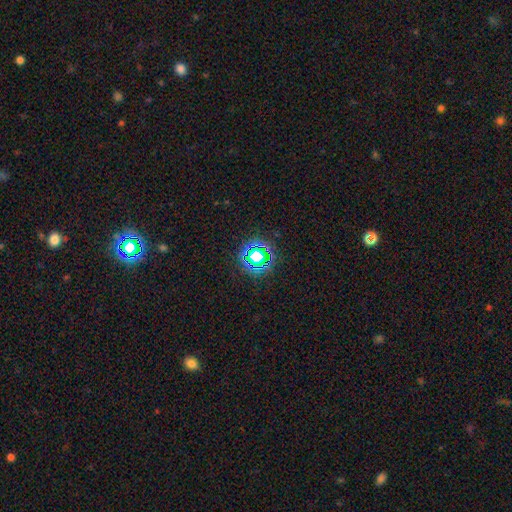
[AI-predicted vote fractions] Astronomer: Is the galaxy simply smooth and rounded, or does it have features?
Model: star or artifact — 67%.